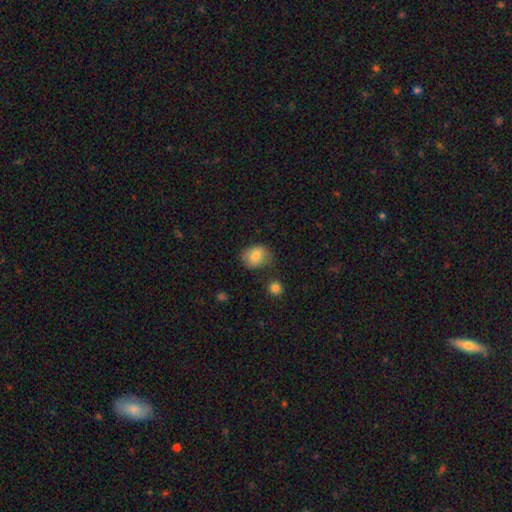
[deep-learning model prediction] Smooth or featured? Predicted: smooth (p=0.82). How rounded? Predicted: round (p=0.54). Merging? Predicted: none (p=0.68).